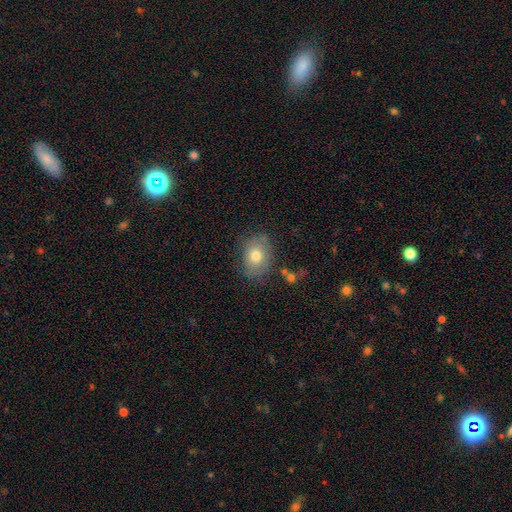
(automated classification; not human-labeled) Overall: smooth (69%). How rounded: in between (68%; round 31%). Merging: none (75%).